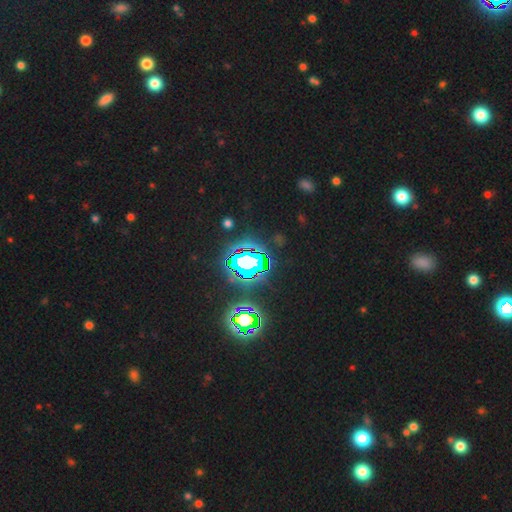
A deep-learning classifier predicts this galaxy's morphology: Q: Smooth or featured?
A: star or artifact (80%); runner-up: smooth (12%)